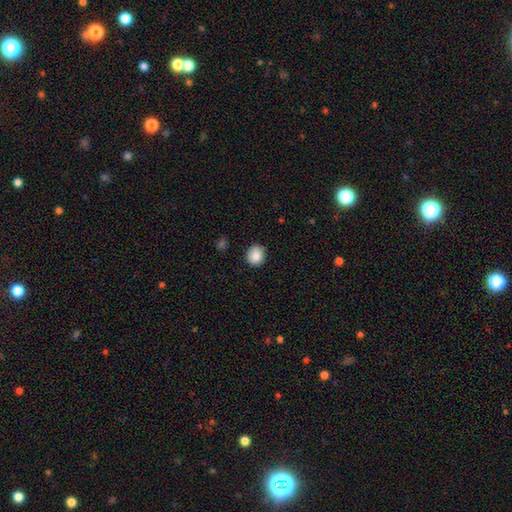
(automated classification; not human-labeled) Smooth or featured: smooth — 87% (star or artifact — 8%)
How rounded: round — 78% (in between — 21%)
Merging: none — 86% (minor disturbance — 10%)